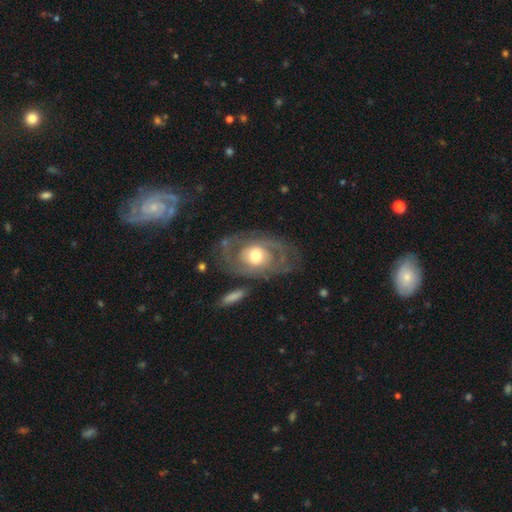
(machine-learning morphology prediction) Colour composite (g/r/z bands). It shows a featured or disk galaxy (75%) with no bar (77%), 2 (54%) tight (52%) spiral arms (71%) and a moderate central bulge (66%). Merging: none (71%).